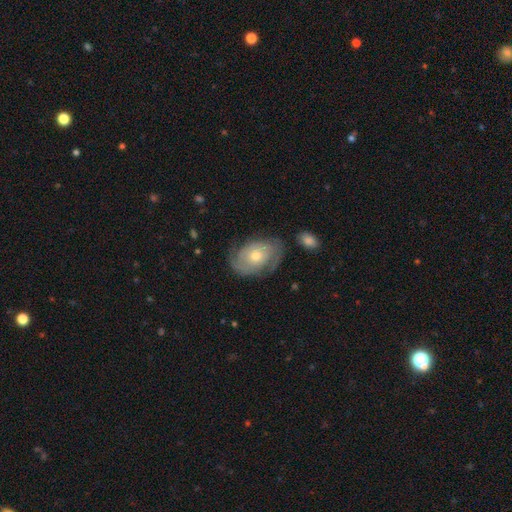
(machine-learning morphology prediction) This appears to be a featured or disk galaxy (68%) with no bar (81%), 2 (51%) tight (58%) spiral arms (81%) and a moderate central bulge (62%). Merging: none (67%).